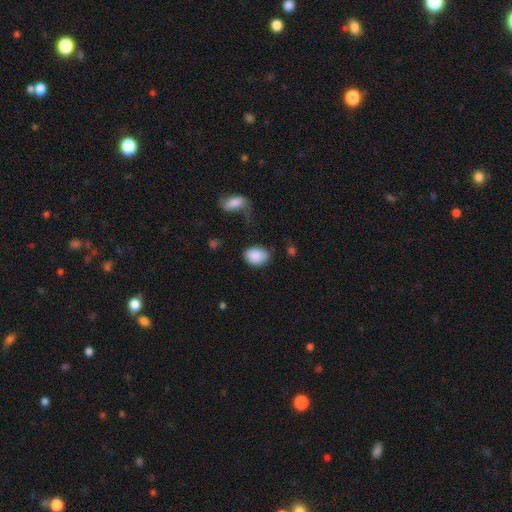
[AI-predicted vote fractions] Smooth or featured: smooth — 88% (star or artifact — 7%)
How rounded: in between — 77% (round — 22%)
Merging: none — 73% (minor disturbance — 17%)